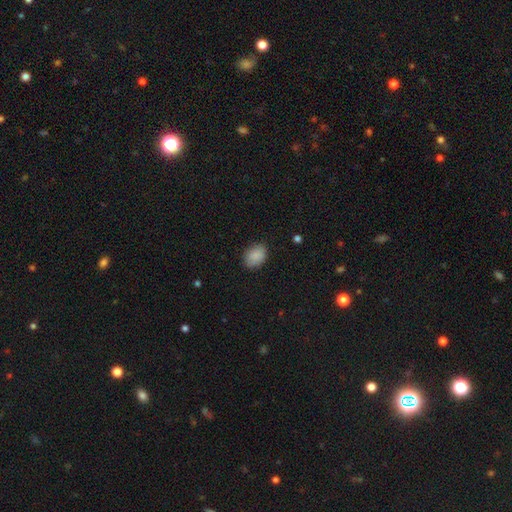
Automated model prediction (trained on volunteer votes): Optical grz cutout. It shows a smooth galaxy with no disk features (88%) that is in between round and cigar-shaped (69%). Merging: none (83%).